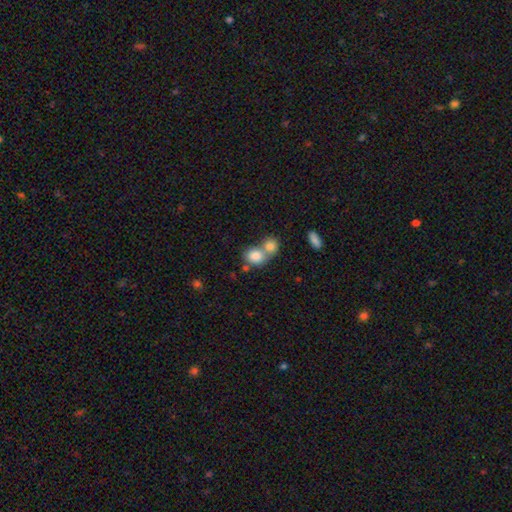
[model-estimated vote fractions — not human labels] Overall: smooth (82%). How rounded: round (61%; in between 38%). Merging: merger (60%; none 30%).